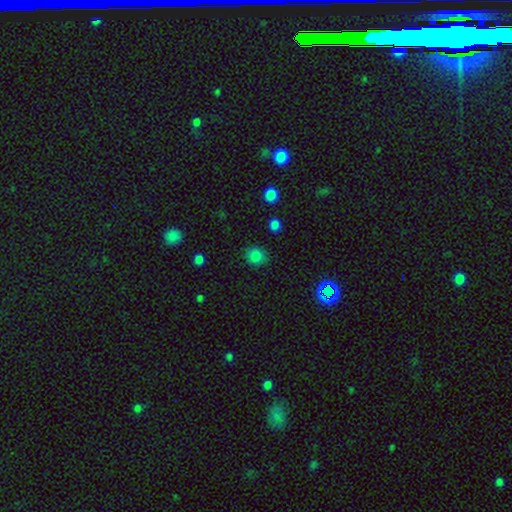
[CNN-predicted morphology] Q: Smooth or featured?
A: smooth (82%); runner-up: star or artifact (13%)
Q: How rounded?
A: round (80%); runner-up: in between (19%)
Q: Merging?
A: none (86%); runner-up: minor disturbance (9%)